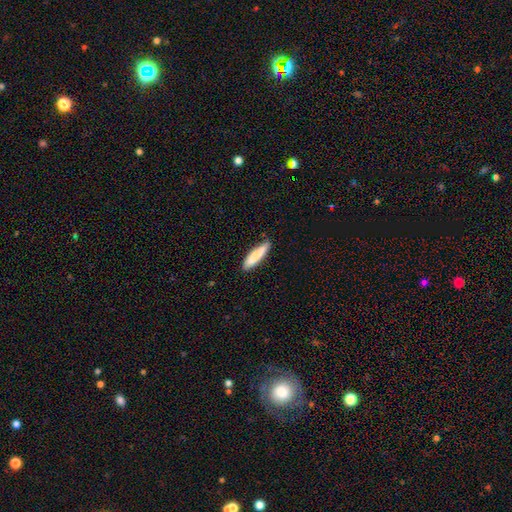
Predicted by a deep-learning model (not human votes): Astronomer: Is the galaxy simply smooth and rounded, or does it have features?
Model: smooth — 83%.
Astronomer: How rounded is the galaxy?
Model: cigar-shaped — 81%.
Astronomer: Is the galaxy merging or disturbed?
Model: none — 83%.